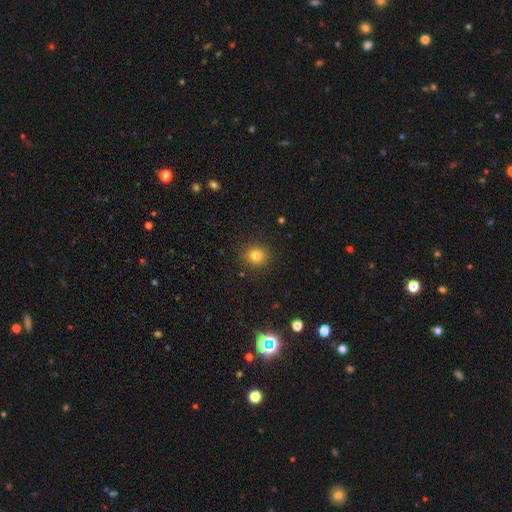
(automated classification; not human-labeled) Morphology: type=smooth (81%); roundness=round (89%); merging=none (90%).